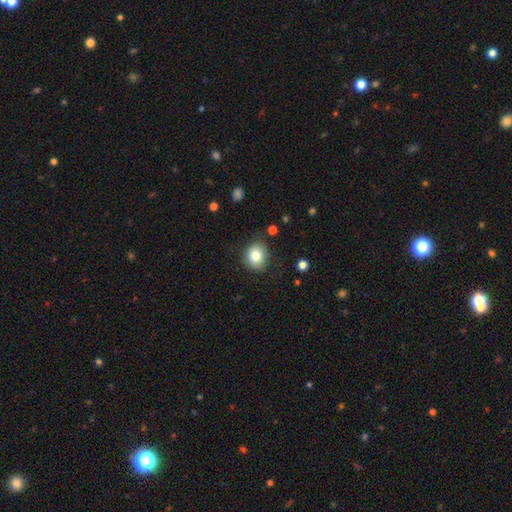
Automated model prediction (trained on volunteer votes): Smooth or featured? smooth (80%)
How rounded? round (74%)
Merging? none (83%)